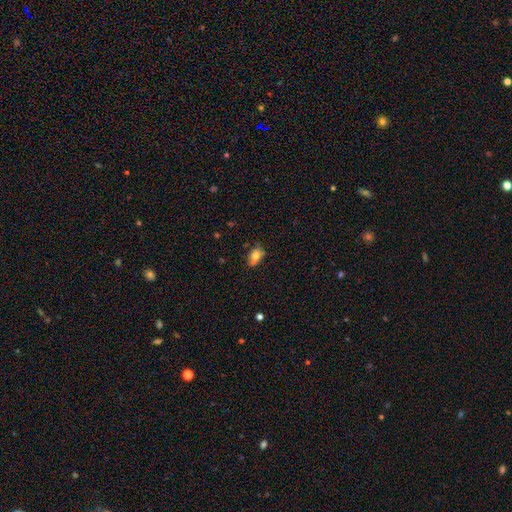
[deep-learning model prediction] A smooth galaxy with no disk features (73%) that is in between round and cigar-shaped (80%). Merging: none (64%).